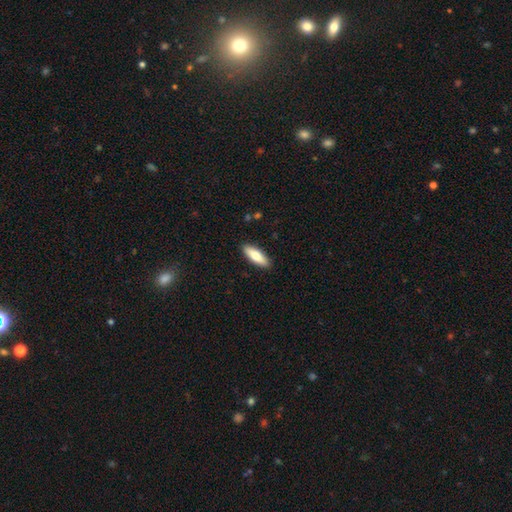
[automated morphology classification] This appears to be a smooth galaxy with no disk features (73%) that is in between round and cigar-shaped (58%). Merging: none (90%).